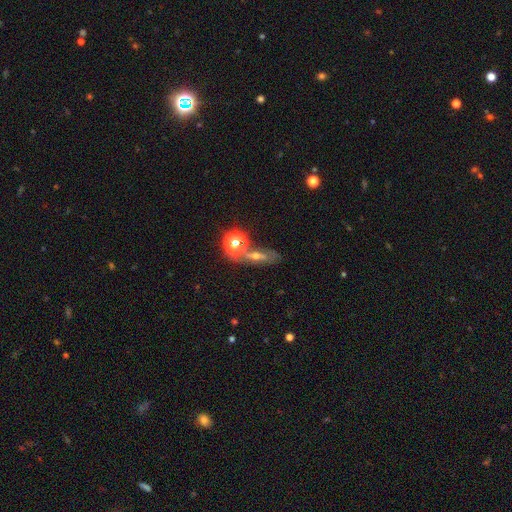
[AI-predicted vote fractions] This is marginally a smooth galaxy (35%). Merging: possibly none (55%).